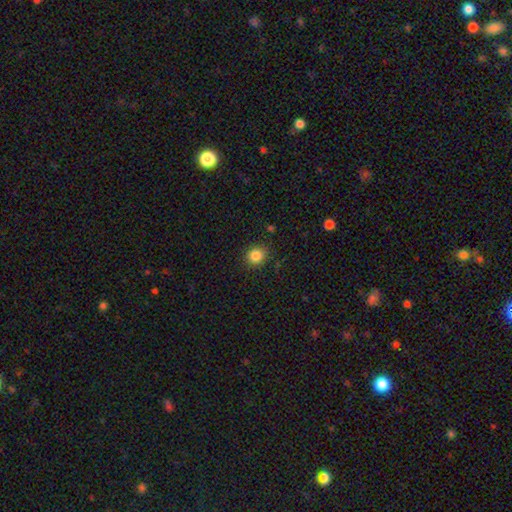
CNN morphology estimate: Smooth or featured: smooth — 84% (star or artifact — 11%)
How rounded: round — 81% (in between — 18%)
Merging: none — 86% (minor disturbance — 10%)